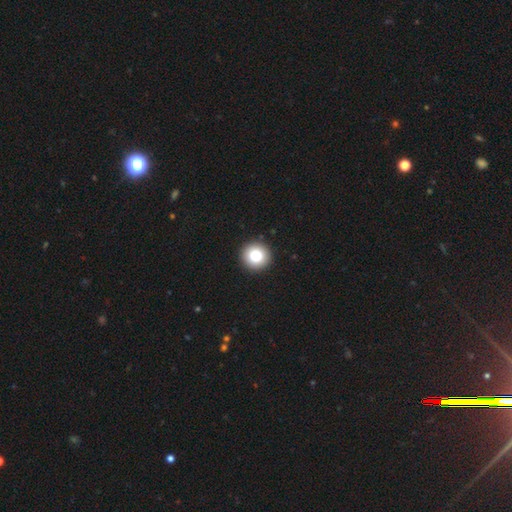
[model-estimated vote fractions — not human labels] smooth-or-featured: smooth: 83% | star or artifact: 10% | featured or disk: 8%
  how-rounded: round: 94% | in between: 5% | cigar-shaped: 1%
  merging: none: 93% | minor disturbance: 4% | major disturbance: 1% | merger: 1%